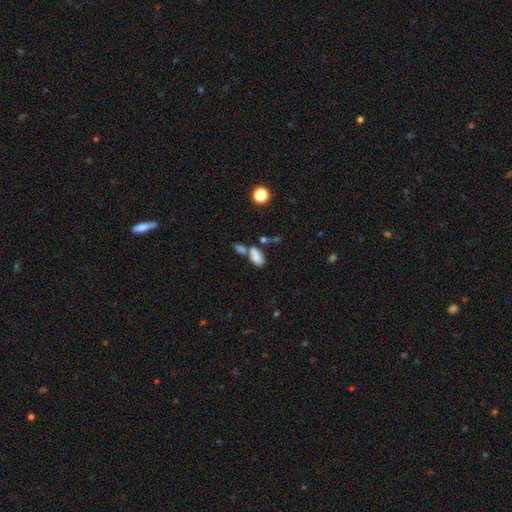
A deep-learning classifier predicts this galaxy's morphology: Overall: smooth (78%). How rounded: in between (90%). Merging: merger (48%; none 31%).